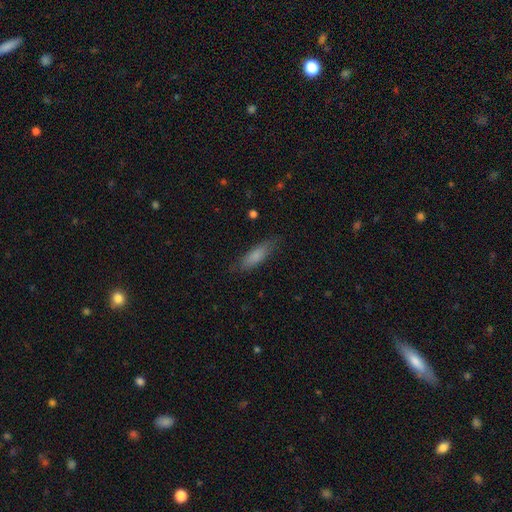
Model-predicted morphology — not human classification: A smooth galaxy with no disk features (79%) that is cigar-shaped (53%). Merging: none (79%).